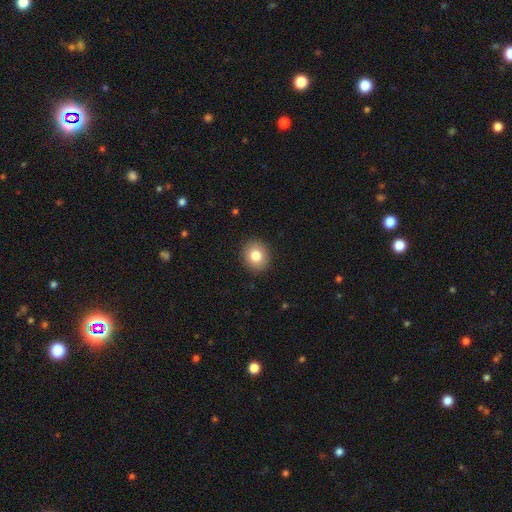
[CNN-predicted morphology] smooth-or-featured: smooth: 82% | star or artifact: 9% | featured or disk: 8%
  how-rounded: round: 78% | in between: 21% | cigar-shaped: 1%
  merging: none: 91% | minor disturbance: 6% | major disturbance: 2% | merger: 1%